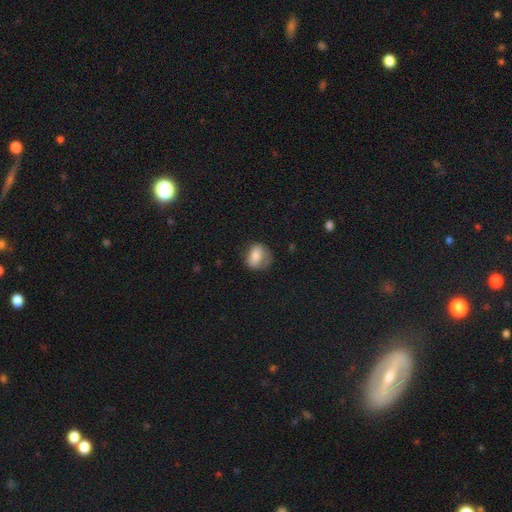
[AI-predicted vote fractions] Smooth or featured? smooth (76%)
How rounded? in between (57%)
Merging? none (56%)